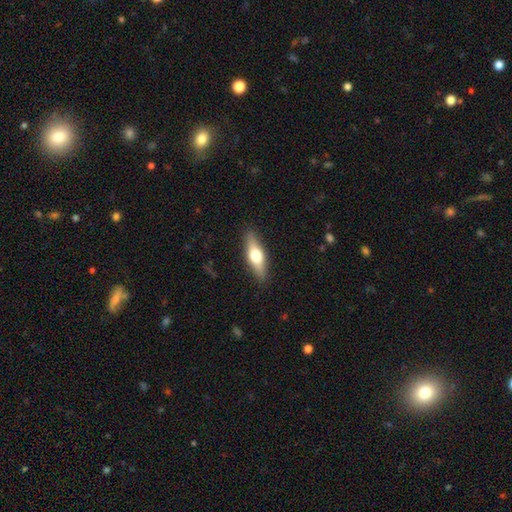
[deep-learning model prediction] Smooth or featured? smooth (50%)
Merging? none (88%)